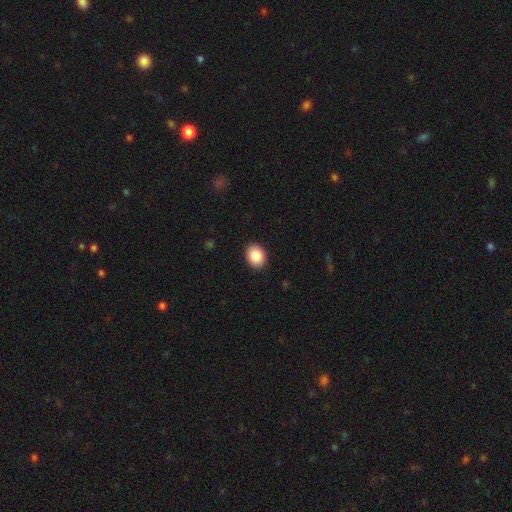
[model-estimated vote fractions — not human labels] This is clearly a smooth galaxy (87%). How rounded: likely in between (66%). Merging: clearly none (91%).